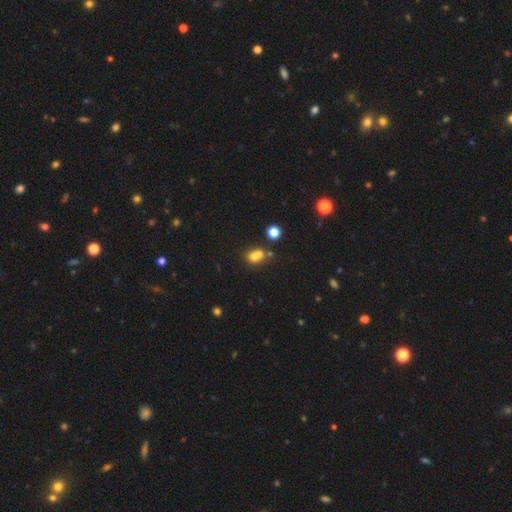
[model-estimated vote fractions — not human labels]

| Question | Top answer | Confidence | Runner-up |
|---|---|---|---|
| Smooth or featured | smooth | 68% | star or artifact (16%) |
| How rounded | round | 67% | in between (32%) |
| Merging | merger | 53% | none (35%) |